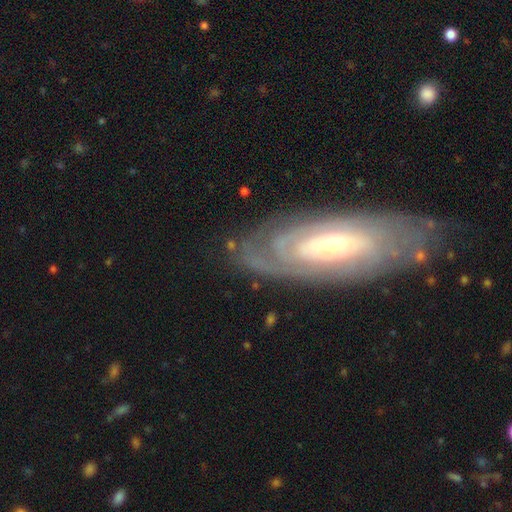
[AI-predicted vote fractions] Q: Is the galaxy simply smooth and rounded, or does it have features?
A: featured or disk — 78%.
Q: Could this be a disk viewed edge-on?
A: no — 87%.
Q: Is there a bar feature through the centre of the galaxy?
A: no — 69%.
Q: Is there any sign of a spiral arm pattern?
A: yes — 84%.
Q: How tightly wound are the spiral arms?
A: tight — 76%.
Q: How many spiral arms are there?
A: can't tell — 56%.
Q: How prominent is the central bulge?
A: small — 58%.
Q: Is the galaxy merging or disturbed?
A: none — 77%.